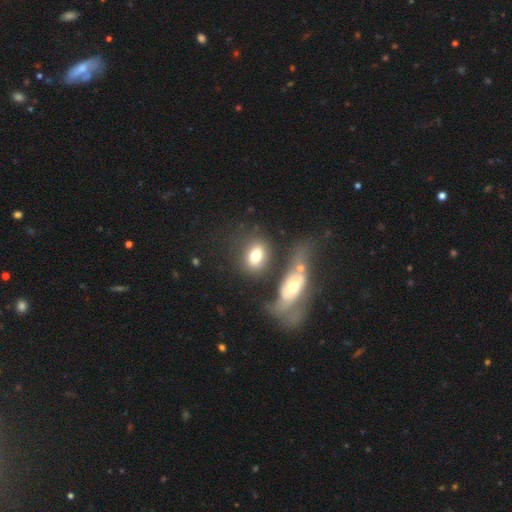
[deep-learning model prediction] This is likely a smooth galaxy (71%). How rounded: likely in between (64%). Merging: possibly none (51%).